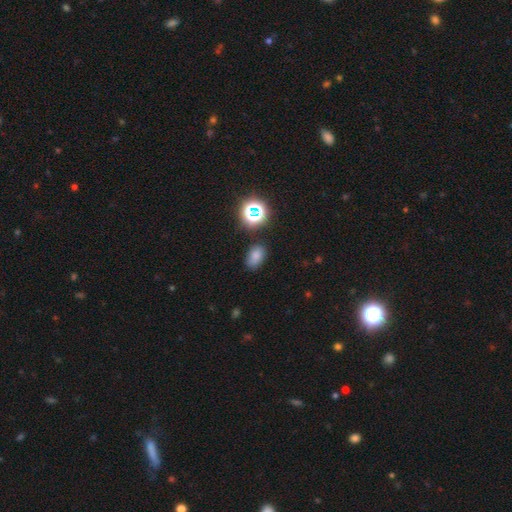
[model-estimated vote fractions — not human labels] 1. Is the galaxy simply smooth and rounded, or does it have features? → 74% smooth, 19% star or artifact, 7% featured or disk.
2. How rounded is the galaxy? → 85% in between, 14% round, 2% cigar-shaped.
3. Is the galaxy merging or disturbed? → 81% none, 13% minor disturbance, 4% major disturbance, 3% merger.